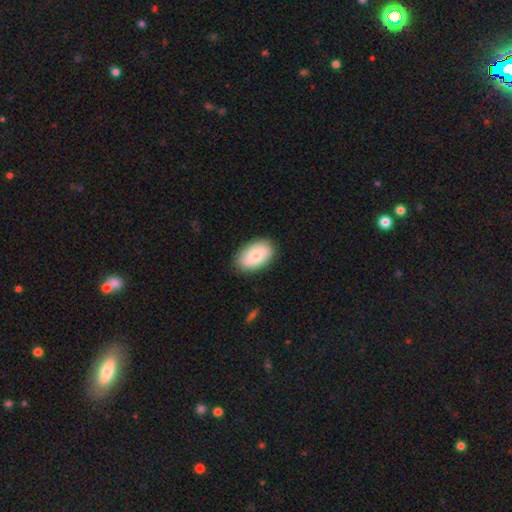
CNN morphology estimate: smooth 72%, featured or disk 22%, star or artifact 6%. Down the decision tree: how rounded — in between (91%); merging — none (85%).